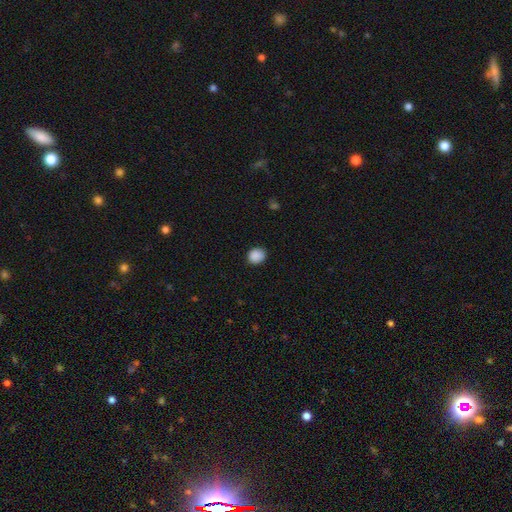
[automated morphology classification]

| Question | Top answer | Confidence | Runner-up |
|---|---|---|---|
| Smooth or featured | smooth | 89% | star or artifact (9%) |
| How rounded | round | 73% | in between (26%) |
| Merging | none | 89% | minor disturbance (8%) |